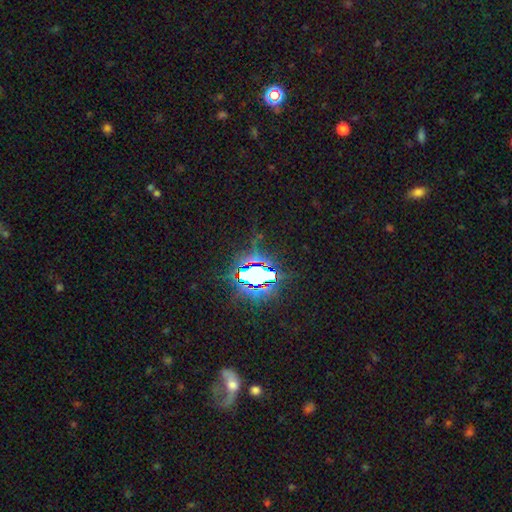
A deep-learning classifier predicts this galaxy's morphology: Smooth or featured? star or artifact (78%)